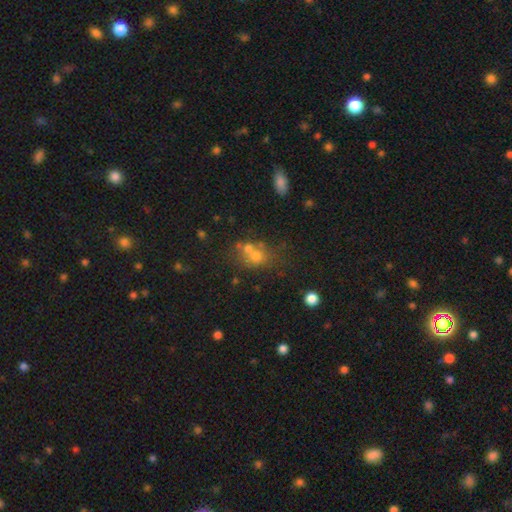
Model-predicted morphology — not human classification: smooth_or_featured: smooth (p=0.60) [alt: star or artifact p=0.20]
how_rounded: round (p=0.64) [alt: in between p=0.35]
merging: none (p=0.43) [alt: merger p=0.39]